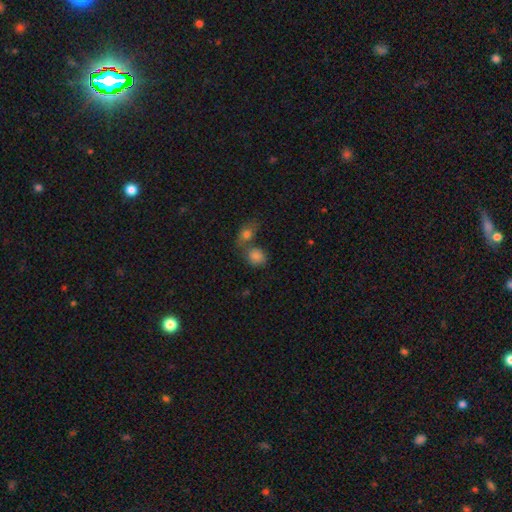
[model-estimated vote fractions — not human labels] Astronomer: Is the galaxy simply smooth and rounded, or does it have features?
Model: smooth — 80%.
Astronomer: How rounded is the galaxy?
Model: round — 60% (runner-up: in between, 38%).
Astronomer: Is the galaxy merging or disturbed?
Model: merger — 45% (runner-up: none, 41%).